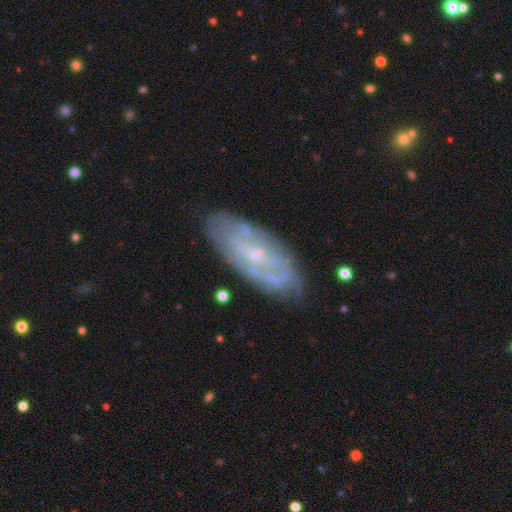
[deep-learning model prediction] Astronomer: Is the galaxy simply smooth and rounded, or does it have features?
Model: featured or disk — 71%.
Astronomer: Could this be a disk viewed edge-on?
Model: no — 88%.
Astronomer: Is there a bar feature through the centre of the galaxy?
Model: no — 63%.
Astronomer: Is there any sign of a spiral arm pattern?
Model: yes — 65%.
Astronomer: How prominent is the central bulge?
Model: small — 65%.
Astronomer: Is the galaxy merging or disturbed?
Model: none — 77%.